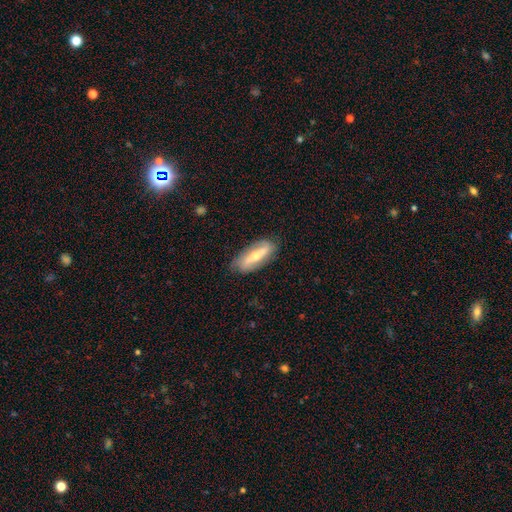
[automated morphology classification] type=featured or disk (64%); edge-on=no (73%); merging=none (83%).